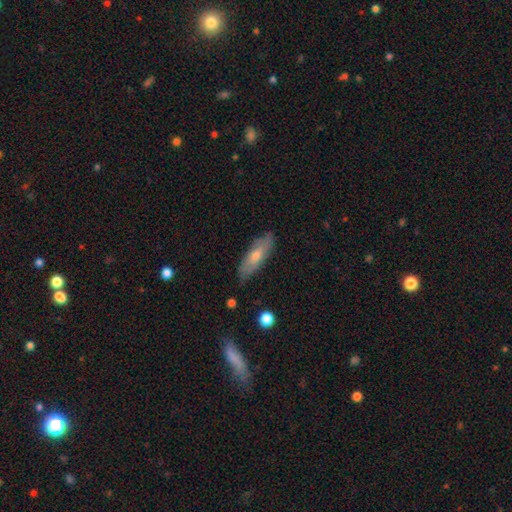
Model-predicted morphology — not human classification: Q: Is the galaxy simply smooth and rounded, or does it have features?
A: smooth — 56%.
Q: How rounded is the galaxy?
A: cigar-shaped — 52%.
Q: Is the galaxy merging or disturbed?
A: none — 82%.